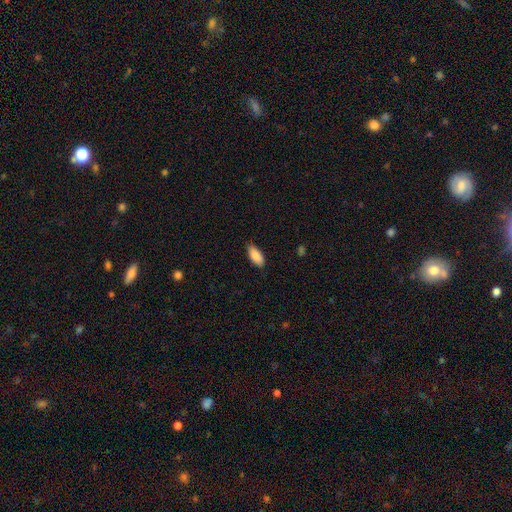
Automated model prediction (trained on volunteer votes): Q: Smooth or featured?
A: smooth (89%); runner-up: star or artifact (6%)
Q: How rounded?
A: in between (87%); runner-up: cigar-shaped (11%)
Q: Merging?
A: none (84%); runner-up: minor disturbance (13%)